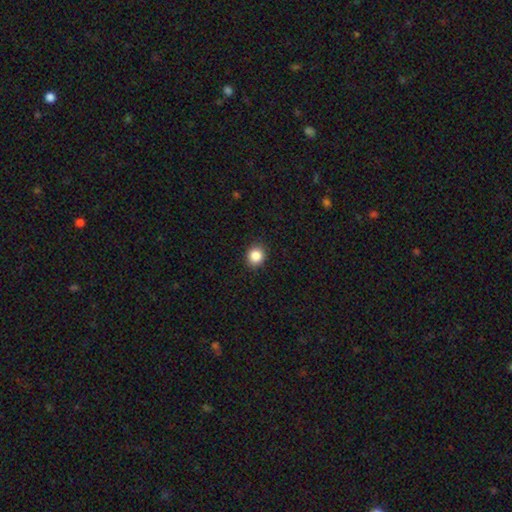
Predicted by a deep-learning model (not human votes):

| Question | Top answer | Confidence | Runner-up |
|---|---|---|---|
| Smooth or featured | smooth | 87% | star or artifact (10%) |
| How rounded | round | 82% | in between (17%) |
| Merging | none | 91% | minor disturbance (6%) |